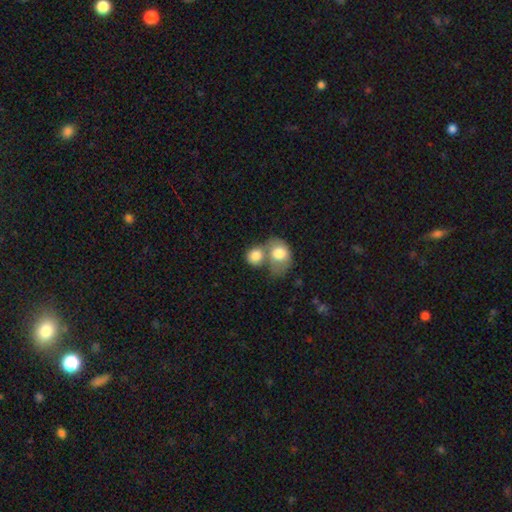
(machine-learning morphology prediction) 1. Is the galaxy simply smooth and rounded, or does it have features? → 81% smooth, 12% featured or disk, 7% star or artifact.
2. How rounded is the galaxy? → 62% round, 36% in between, 1% cigar-shaped.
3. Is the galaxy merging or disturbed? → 65% merger, 22% none, 8% minor disturbance, 6% major disturbance.